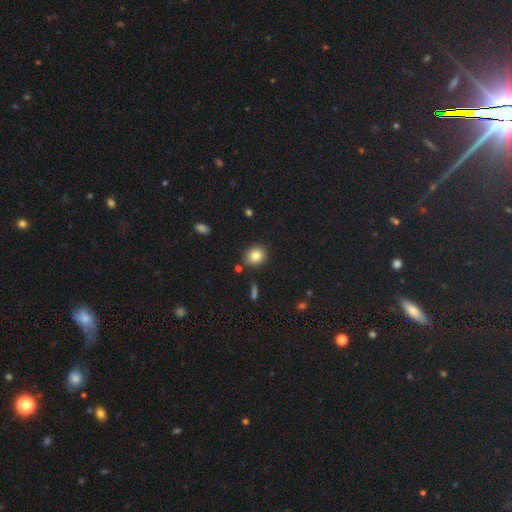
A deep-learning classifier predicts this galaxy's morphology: Smooth or featured?
  - smooth: 82% *
  - star or artifact: 10%
  - featured or disk: 8%
How rounded?
  - round: 72% *
  - in between: 26%
  - cigar-shaped: 1%
Merging?
  - none: 84% *
  - minor disturbance: 9%
  - merger: 4%
  - major disturbance: 2%